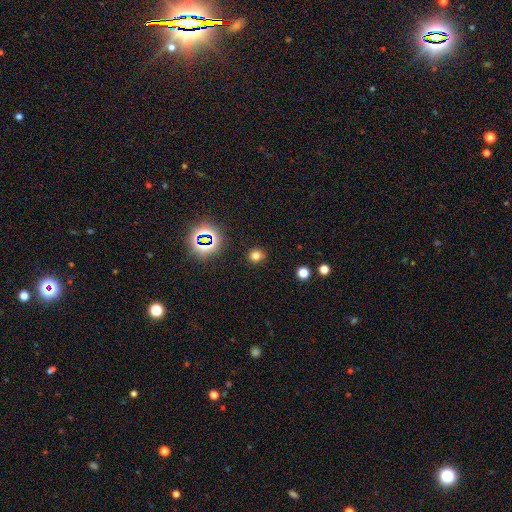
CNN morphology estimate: The model was most divided on "smooth or featured": smooth: 71%, star or artifact: 22%, featured or disk: 7%. More confident: how rounded — round (85%); merging — none (84%).